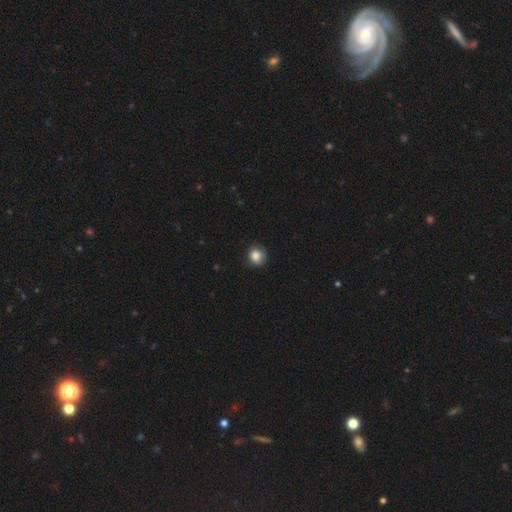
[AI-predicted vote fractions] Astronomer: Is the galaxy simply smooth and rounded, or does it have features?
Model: smooth — 84%.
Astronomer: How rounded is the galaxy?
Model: round — 80%.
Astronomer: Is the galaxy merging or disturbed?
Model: none — 79%.